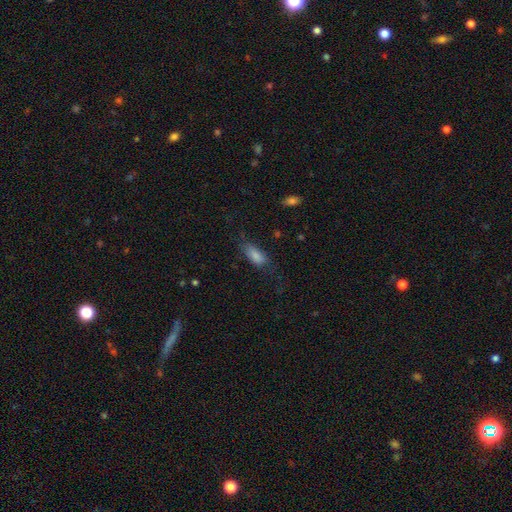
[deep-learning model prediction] Morphology: type=smooth (82%); roundness=in between (84%); merging=none (55%).